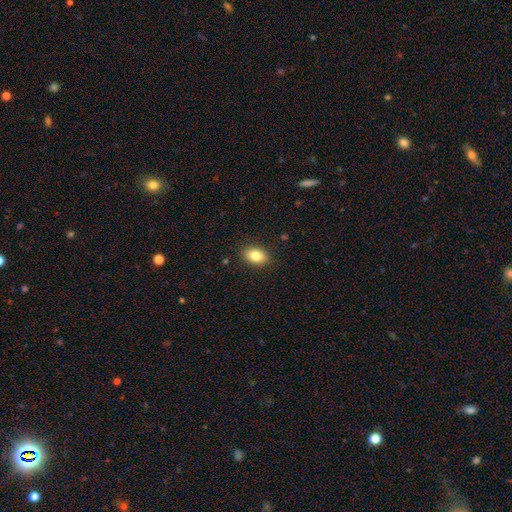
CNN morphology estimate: Smooth or featured? Predicted: smooth (p=0.83). How rounded? Predicted: in between (p=0.86). Merging? Predicted: none (p=0.88).